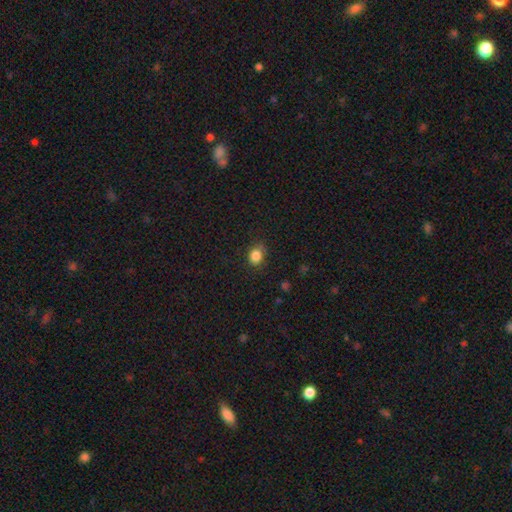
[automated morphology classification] Smooth or featured: smooth — 84% (star or artifact — 11%)
How rounded: round — 63% (in between — 36%)
Merging: none — 78% (minor disturbance — 16%)